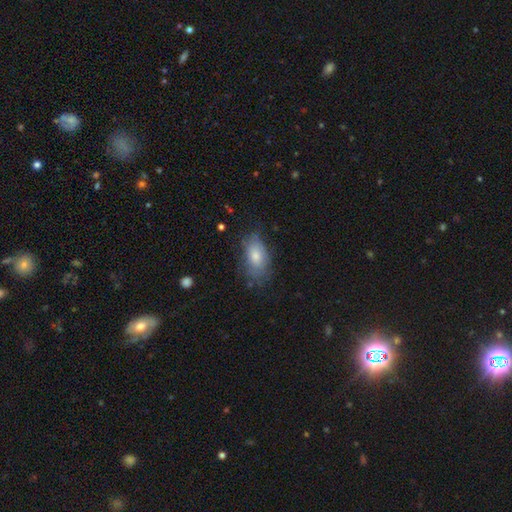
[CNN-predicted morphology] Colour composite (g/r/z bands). It shows a smooth galaxy with no disk features (72%) that is in between round and cigar-shaped (91%). Merging: none (60%).